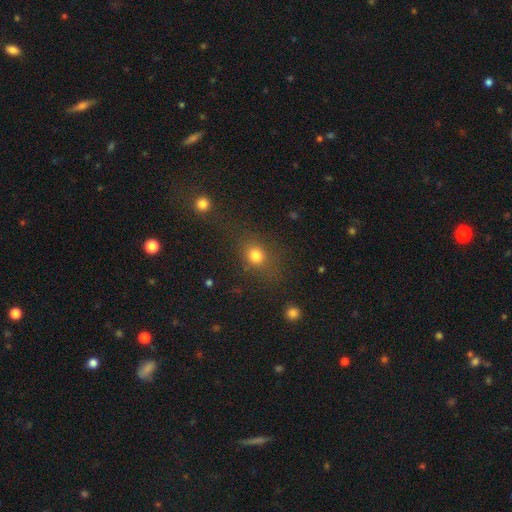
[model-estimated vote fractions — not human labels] Smooth or featured? smooth (77%)
How rounded? round (65%)
Merging? none (68%)